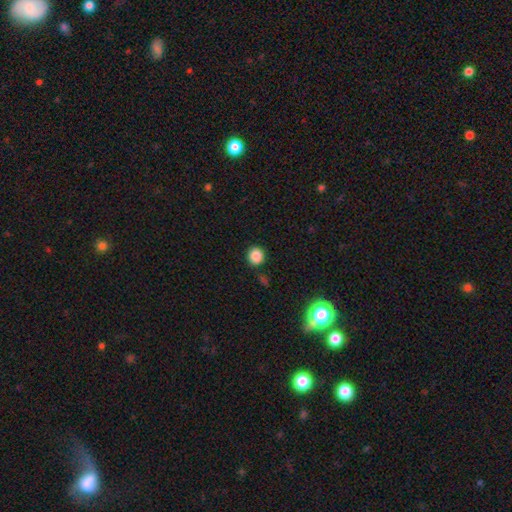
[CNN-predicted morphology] type=smooth (85%); roundness=round (86%); merging=none (87%).